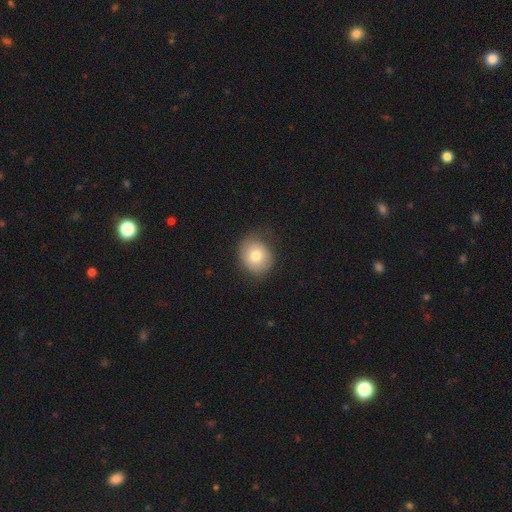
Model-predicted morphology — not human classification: Smooth or featured?
  - smooth: 74% *
  - featured or disk: 17%
  - star or artifact: 9%
How rounded?
  - round: 68% *
  - in between: 31%
  - cigar-shaped: 1%
Merging?
  - none: 71% *
  - minor disturbance: 21%
  - major disturbance: 7%
  - merger: 1%